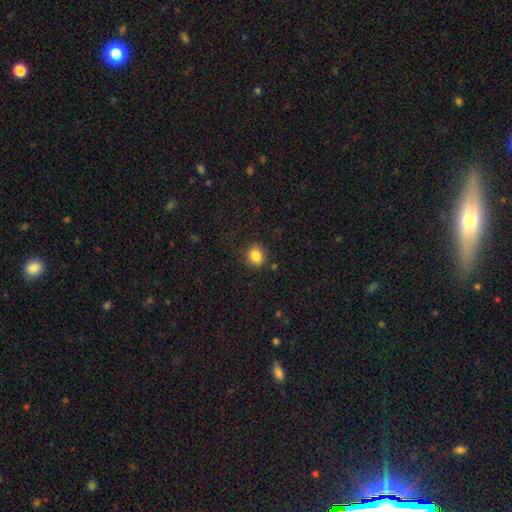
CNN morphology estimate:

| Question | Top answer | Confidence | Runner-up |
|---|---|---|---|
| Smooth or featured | smooth | 84% | star or artifact (10%) |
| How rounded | round | 80% | in between (19%) |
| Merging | none | 87% | minor disturbance (9%) |